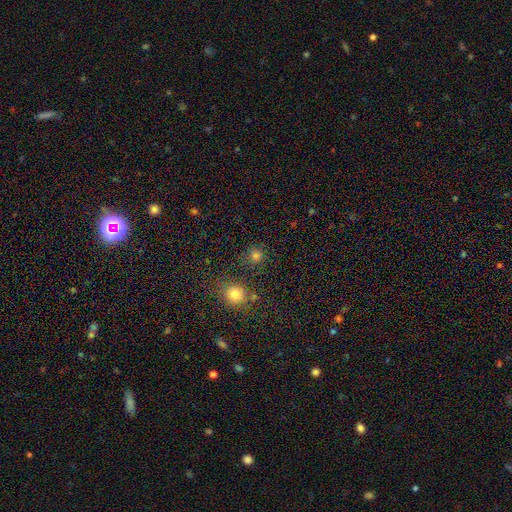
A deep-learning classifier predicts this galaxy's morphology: This is likely a smooth galaxy (76%). How rounded: clearly round (89%). Merging: likely none (79%).